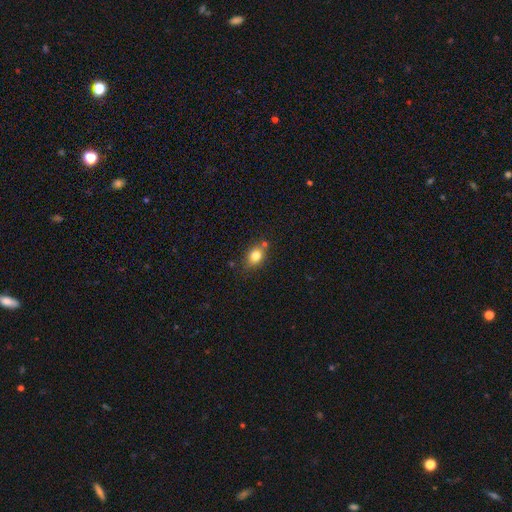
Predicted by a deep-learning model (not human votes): The model was most divided on "how rounded": in between: 61%, round: 37%, cigar-shaped: 2%. More confident: smooth or featured — smooth (79%); merging — none (68%).